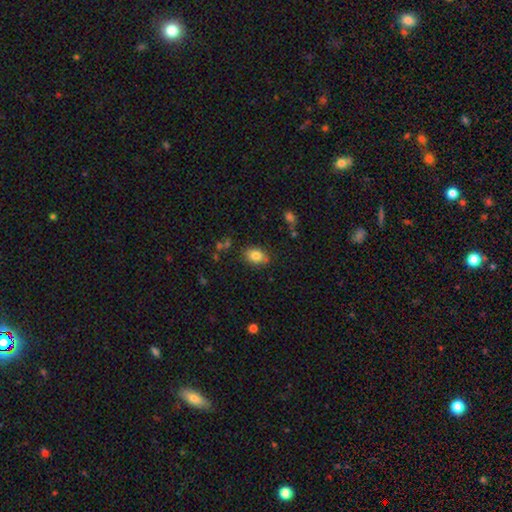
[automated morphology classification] smooth_or_featured: smooth (p=0.83) [alt: star or artifact p=0.09]
how_rounded: in between (p=0.74) [alt: round p=0.25]
merging: none (p=0.79) [alt: minor disturbance p=0.15]